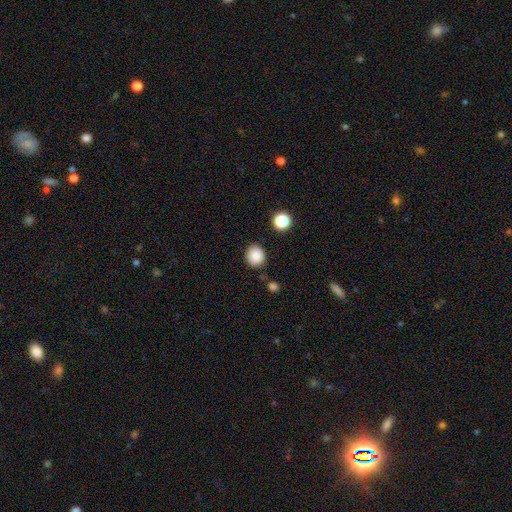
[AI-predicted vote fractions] A smooth galaxy with no disk features (87%) that is round (77%).

Vote fractions:
- Smooth or featured? smooth: 87% / star or artifact: 10% / featured or disk: 3%
- How rounded? round: 77% / in between: 23% / cigar-shaped: 1%
- Merging? none: 84% / minor disturbance: 10% / major disturbance: 3% / merger: 3%